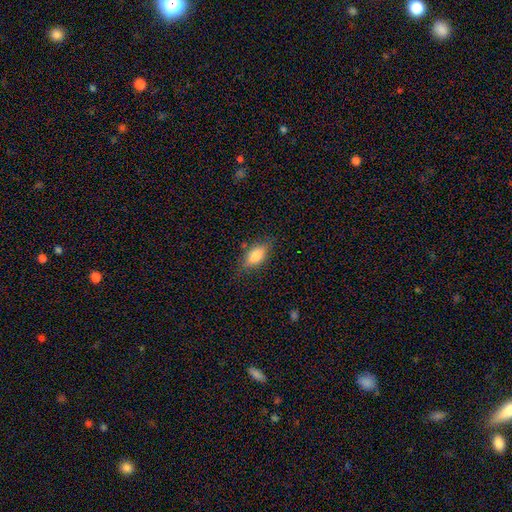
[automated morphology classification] This appears to be a smooth galaxy with no disk features (81%) that is in between round and cigar-shaped (86%). Merging: none (78%).